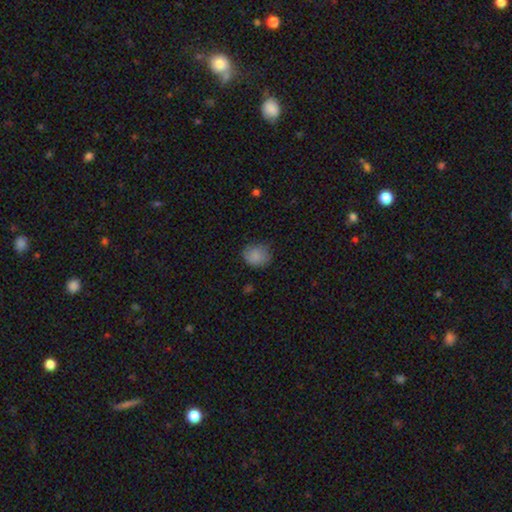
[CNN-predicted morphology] Smooth or featured?
  - smooth: 84% *
  - star or artifact: 9%
  - featured or disk: 7%
How rounded?
  - round: 59% *
  - in between: 40%
  - cigar-shaped: 1%
Merging?
  - none: 69% *
  - minor disturbance: 25%
  - major disturbance: 5%
  - merger: 1%